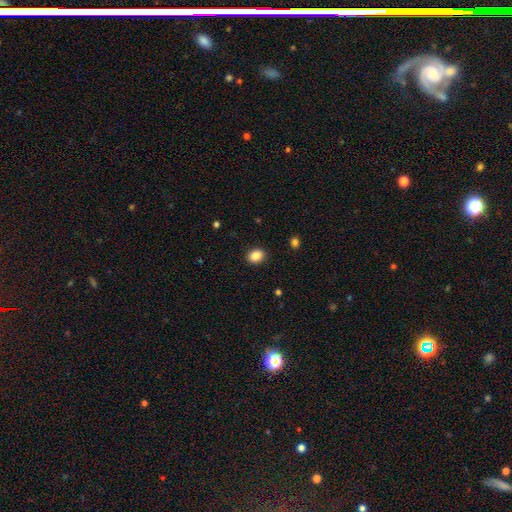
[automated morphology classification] type=smooth (87%); roundness=in between (59%); merging=none (90%).